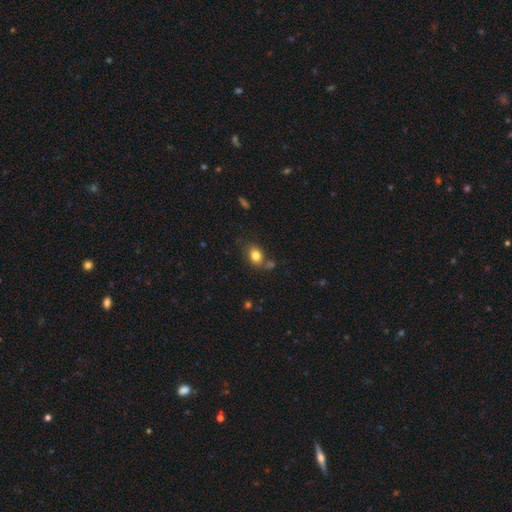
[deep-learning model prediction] A smooth galaxy with no disk features (82%) that is in between round and cigar-shaped (64%).

Vote fractions:
- Smooth or featured? smooth: 82% / star or artifact: 10% / featured or disk: 9%
- How rounded? in between: 64% / round: 35% / cigar-shaped: 1%
- Merging? none: 65% / minor disturbance: 17% / merger: 13% / major disturbance: 5%